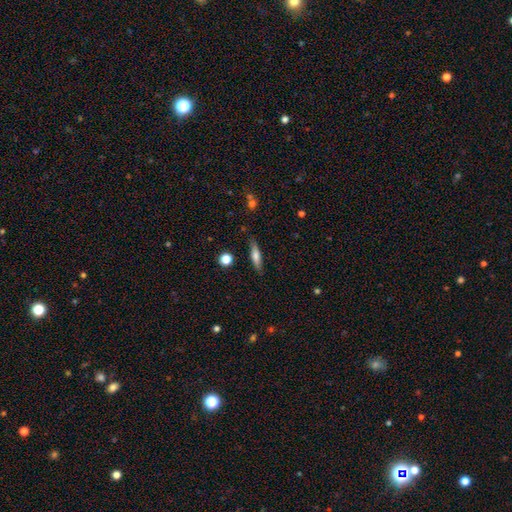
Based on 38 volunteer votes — smooth 76%, featured or disk 16%, star or artifact 8%. Down the decision tree: how rounded — cigar-shaped (72%); merging — none (74%).